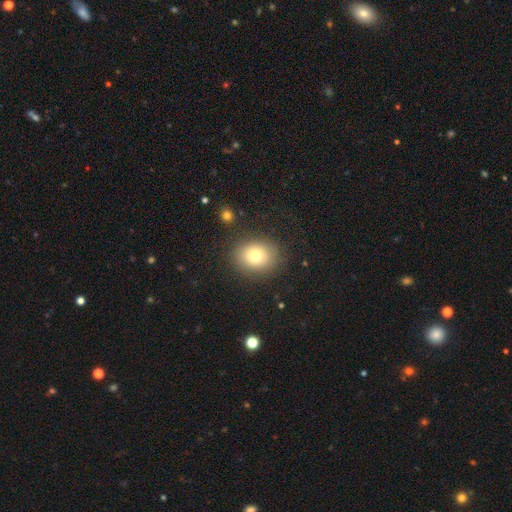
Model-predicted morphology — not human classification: smooth-or-featured: smooth: 76% | featured or disk: 13% | star or artifact: 11%
  how-rounded: round: 58% | in between: 41% | cigar-shaped: 1%
  merging: none: 84% | minor disturbance: 10% | major disturbance: 4% | merger: 2%